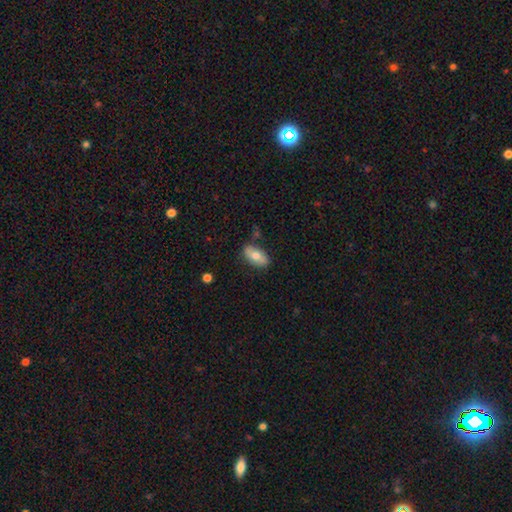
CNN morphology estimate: Smooth or featured?
  - smooth: 70% *
  - featured or disk: 24%
  - star or artifact: 7%
How rounded?
  - in between: 91% *
  - cigar-shaped: 6%
  - round: 4%
Merging?
  - none: 79% *
  - minor disturbance: 15%
  - merger: 3%
  - major disturbance: 3%